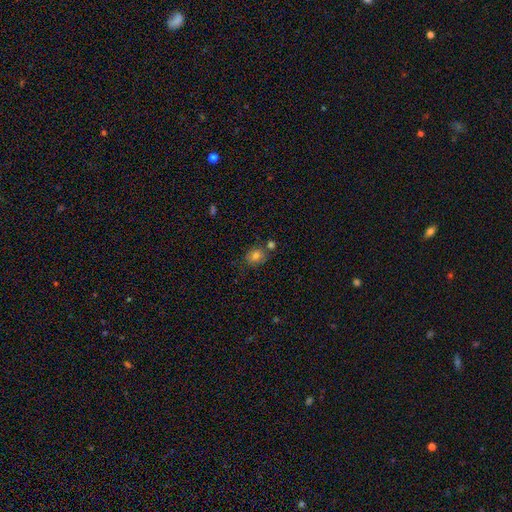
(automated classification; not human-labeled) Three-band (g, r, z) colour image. It shows a smooth galaxy with no disk features (77%) that is round (58%). Merging: none (65%).